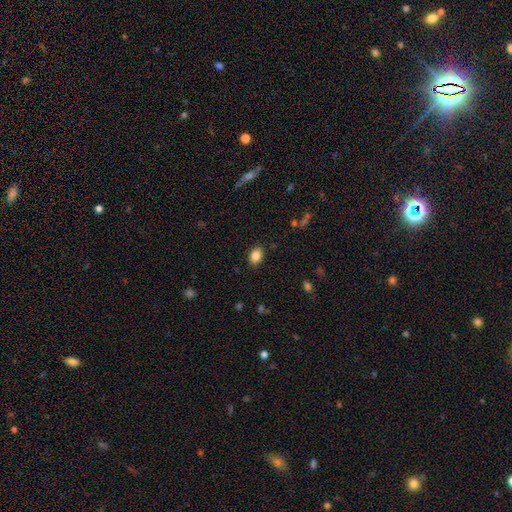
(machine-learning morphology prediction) smooth 85%, star or artifact 9%, featured or disk 6%. Down the decision tree: how rounded — in between (77%); merging — none (87%).